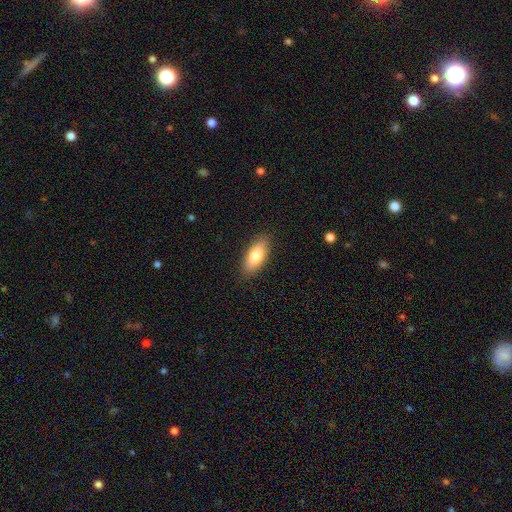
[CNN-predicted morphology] Smooth or featured? smooth (80%)
How rounded? in between (81%)
Merging? none (88%)